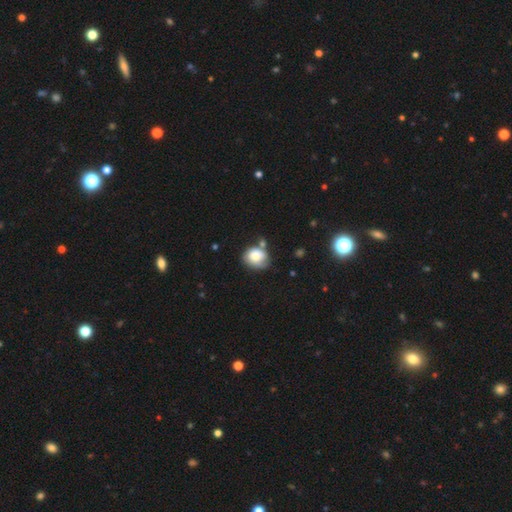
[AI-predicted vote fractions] A smooth galaxy with no disk features (73%) that is round (58%). Merging: none (43%).